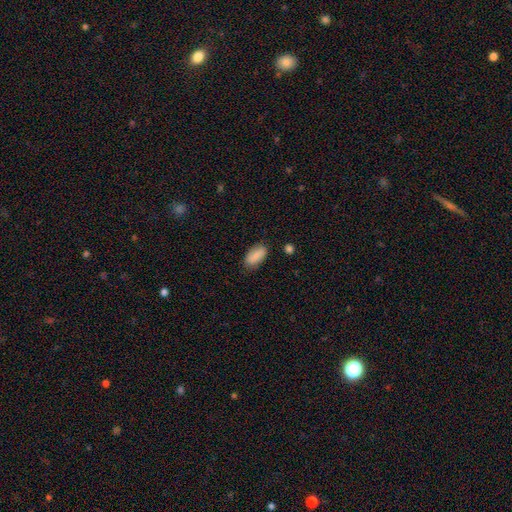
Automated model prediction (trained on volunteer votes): This appears to be a smooth galaxy with no disk features (87%) that is in between round and cigar-shaped (90%). Merging: none (79%).